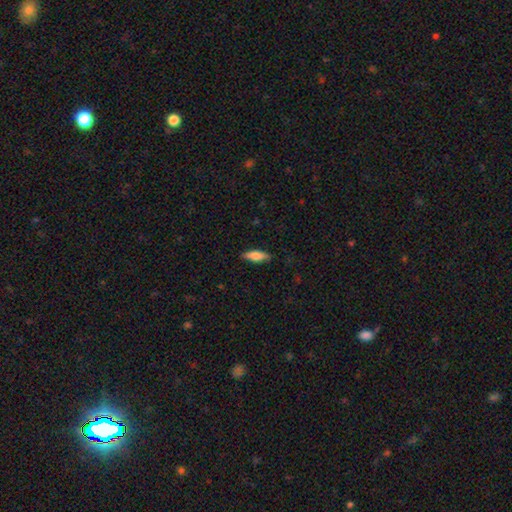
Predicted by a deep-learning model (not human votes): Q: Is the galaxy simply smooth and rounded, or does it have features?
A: smooth — 76%.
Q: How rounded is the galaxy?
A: in between — 56%.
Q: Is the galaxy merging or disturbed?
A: none — 87%.